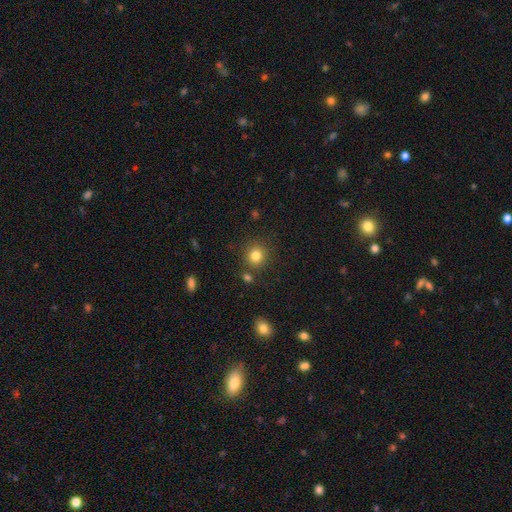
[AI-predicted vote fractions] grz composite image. It shows a smooth galaxy with no disk features (82%) that is round (88%). Merging: none (82%).